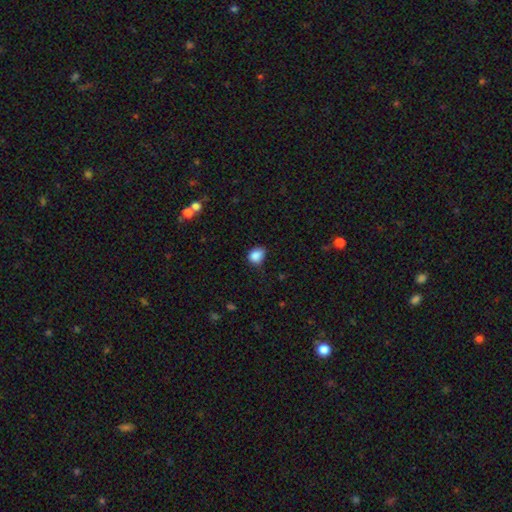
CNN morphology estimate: This is clearly a smooth galaxy (86%). How rounded: possibly in between (51%). Merging: likely none (60%).